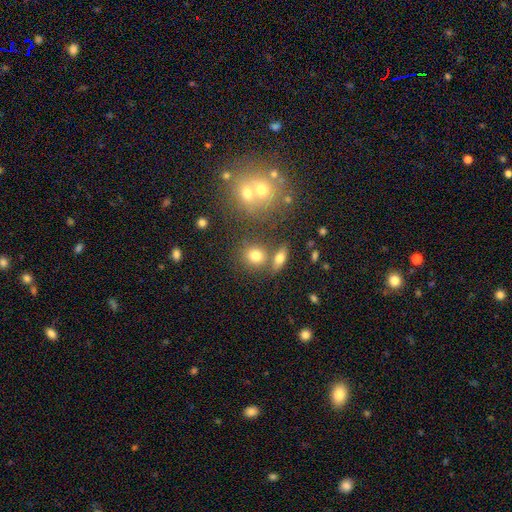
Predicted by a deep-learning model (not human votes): Q: Smooth or featured?
A: smooth (75%); runner-up: star or artifact (14%)
Q: How rounded?
A: round (72%); runner-up: in between (26%)
Q: Merging?
A: none (64%); runner-up: merger (21%)